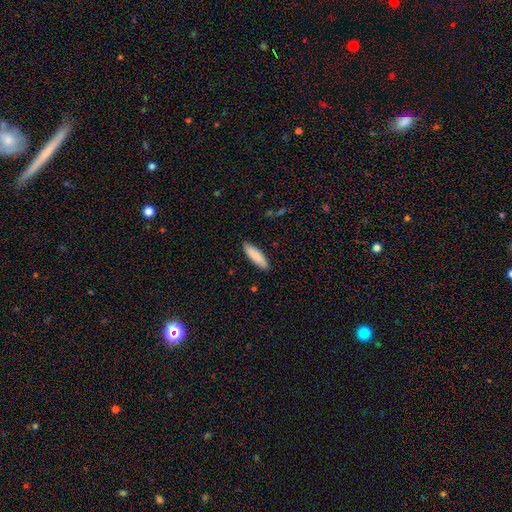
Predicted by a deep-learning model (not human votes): Q: Smooth or featured?
A: smooth (87%); runner-up: featured or disk (7%)
Q: How rounded?
A: cigar-shaped (62%); runner-up: in between (37%)
Q: Merging?
A: none (89%); runner-up: minor disturbance (8%)